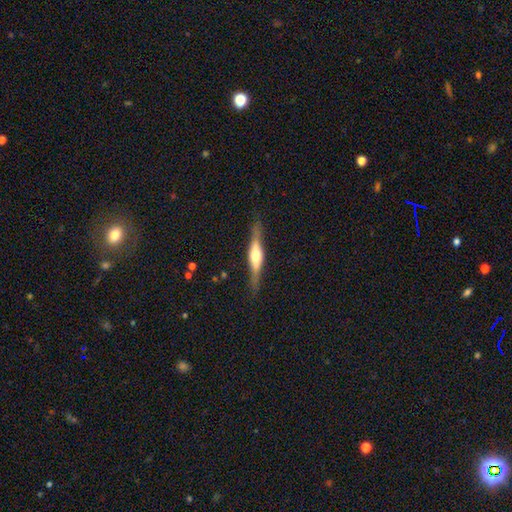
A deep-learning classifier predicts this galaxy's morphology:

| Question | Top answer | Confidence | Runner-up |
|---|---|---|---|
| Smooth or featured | featured or disk | 67% | smooth (27%) |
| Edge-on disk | yes | 95% | no (5%) |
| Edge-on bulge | rounded | 86% | boxy (10%) |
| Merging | none | 84% | minor disturbance (12%) |